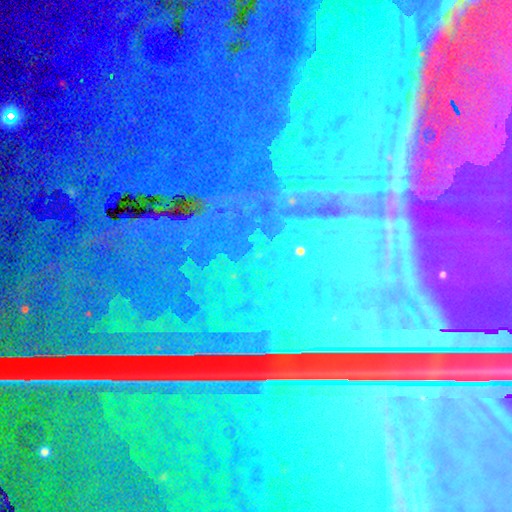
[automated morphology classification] This appears to be a star or artifact, not a galaxy (89%).